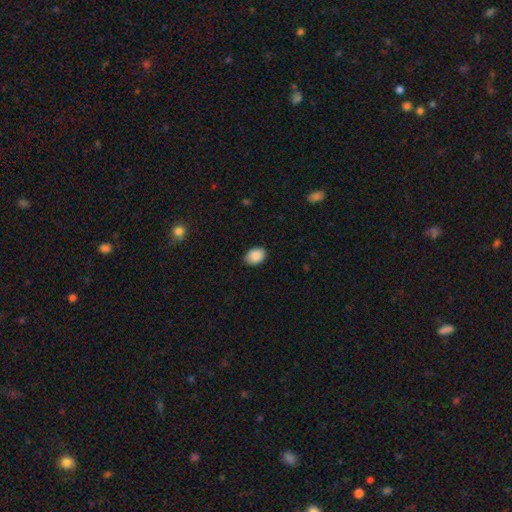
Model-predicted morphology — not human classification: type=smooth (90%); roundness=in between (76%); merging=none (85%).